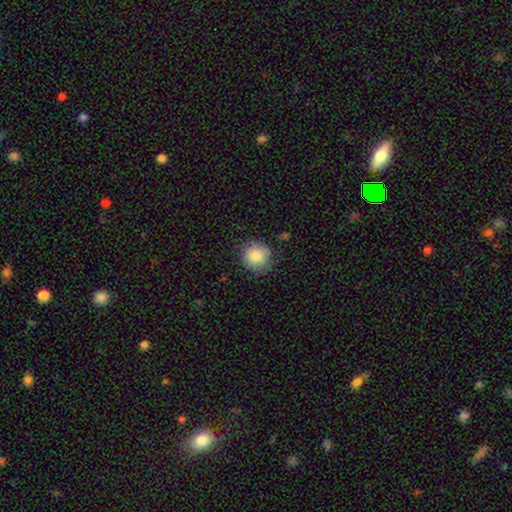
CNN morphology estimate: This is clearly a smooth galaxy (83%). How rounded: clearly round (88%). Merging: likely none (75%).